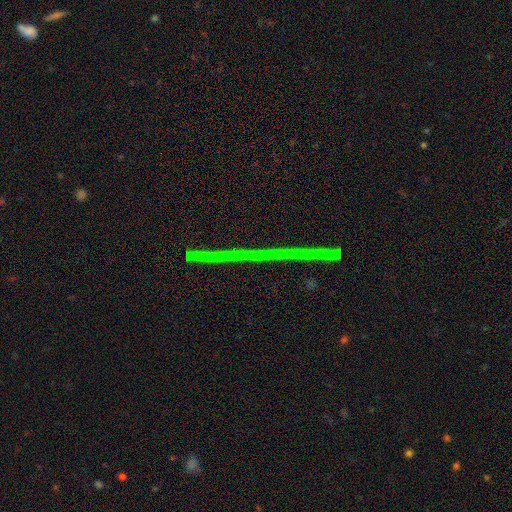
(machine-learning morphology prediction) Q: Smooth or featured?
A: star or artifact (76%); runner-up: featured or disk (15%)